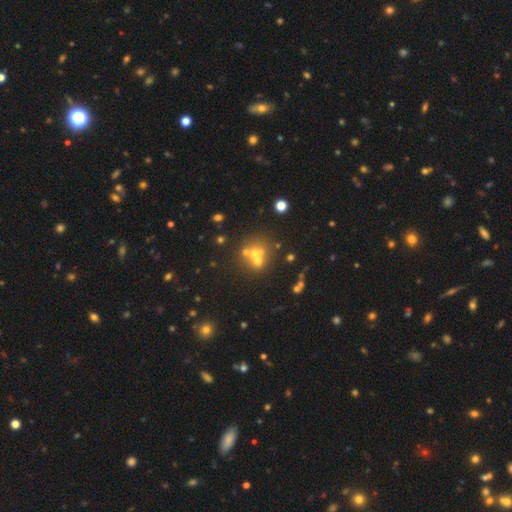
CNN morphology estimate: A smooth galaxy with no disk features (44%).

Vote fractions:
- Smooth or featured? smooth: 44% / featured or disk: 33% / star or artifact: 24%
- Merging? merger: 45% / none: 40% / minor disturbance: 8% / major disturbance: 6%